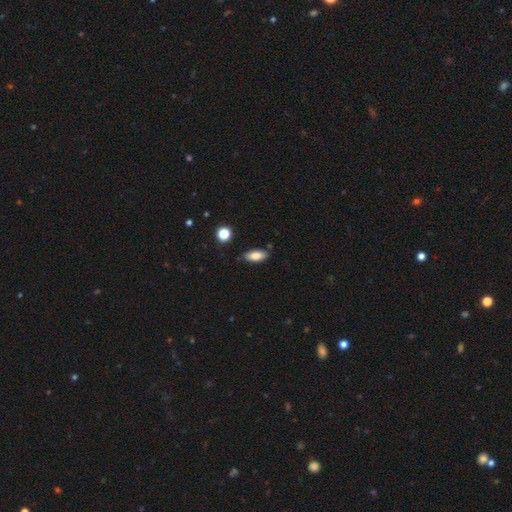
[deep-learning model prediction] Q: Smooth or featured?
A: smooth (82%); runner-up: featured or disk (10%)
Q: How rounded?
A: in between (85%); runner-up: cigar-shaped (12%)
Q: Merging?
A: none (80%); runner-up: minor disturbance (15%)